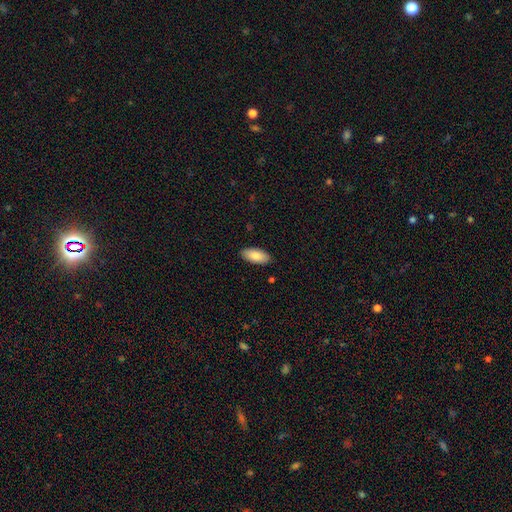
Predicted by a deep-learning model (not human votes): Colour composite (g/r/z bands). It shows a smooth galaxy with no disk features (84%) that is in between round and cigar-shaped (93%). Merging: none (89%).